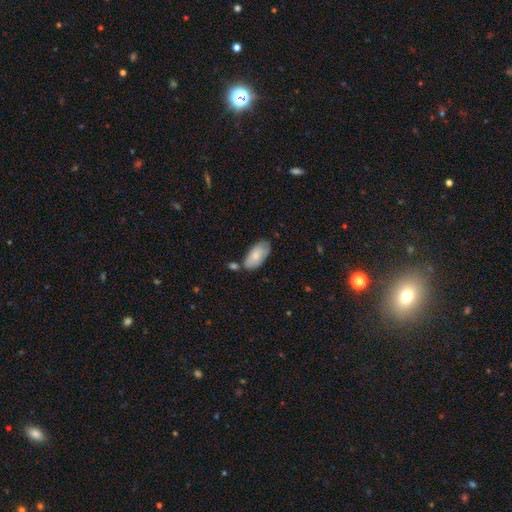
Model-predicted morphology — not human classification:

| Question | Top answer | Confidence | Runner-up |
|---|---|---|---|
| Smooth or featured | smooth | 76% | featured or disk (18%) |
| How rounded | in between | 94% | cigar-shaped (4%) |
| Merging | none | 60% | minor disturbance (23%) |